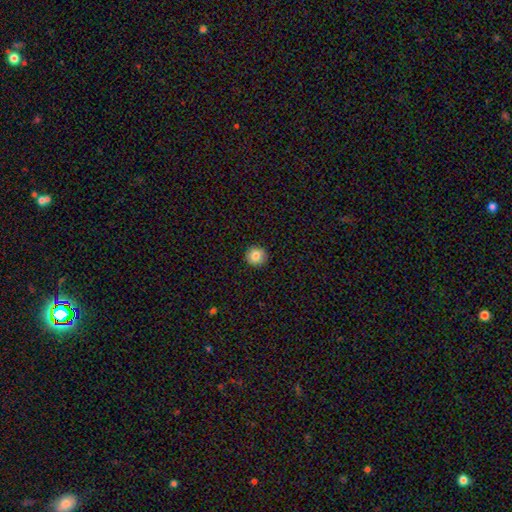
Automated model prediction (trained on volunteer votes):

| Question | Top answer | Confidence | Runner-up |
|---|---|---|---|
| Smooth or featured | smooth | 83% | star or artifact (9%) |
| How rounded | round | 95% | in between (4%) |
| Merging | none | 93% | minor disturbance (5%) |